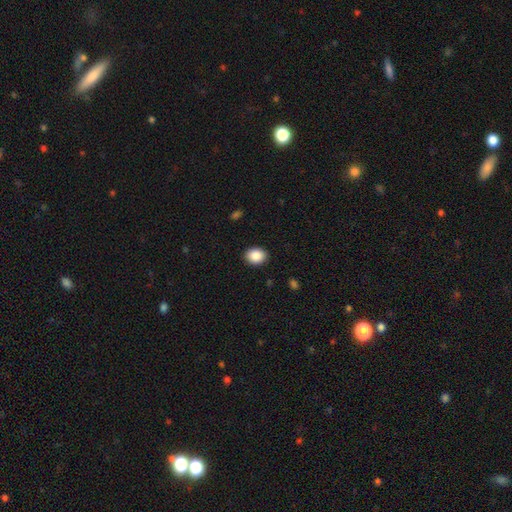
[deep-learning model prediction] A smooth galaxy with no disk features (89%) that is in between round and cigar-shaped (55%). Merging: none (90%).